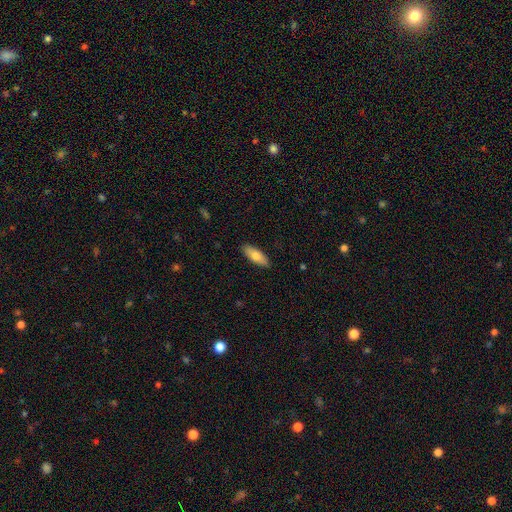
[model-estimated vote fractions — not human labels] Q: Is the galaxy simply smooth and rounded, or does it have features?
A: smooth — 73%.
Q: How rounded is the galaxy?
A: in between — 68%.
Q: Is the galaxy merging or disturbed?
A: none — 89%.